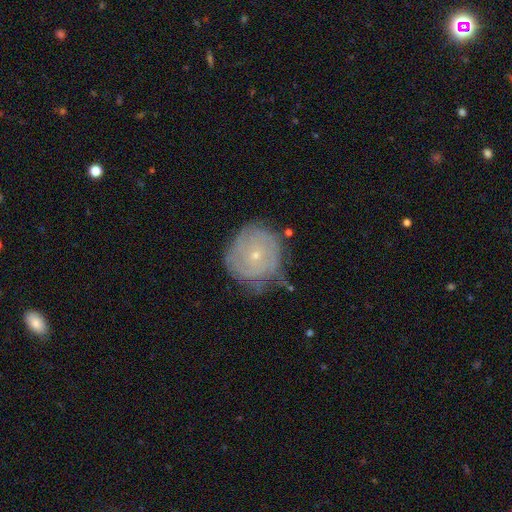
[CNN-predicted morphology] Smooth or featured? featured or disk (71%)
Edge-on disk? no (97%)
Bar? no (83%)
Spiral arms? yes (84%)
Spiral winding? tight (76%)
Spiral arm count? can't tell (46%)
Bulge size? small (80%)
Merging? none (62%)